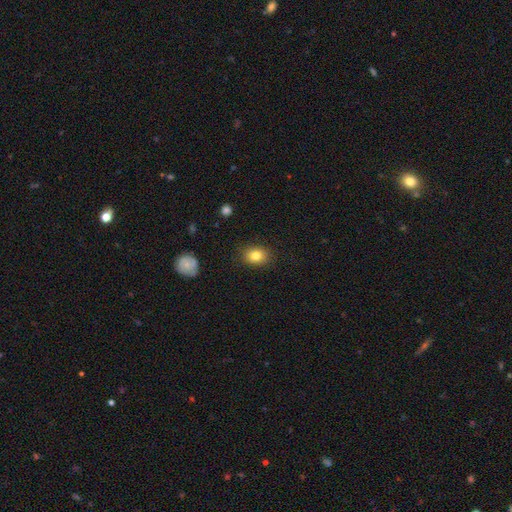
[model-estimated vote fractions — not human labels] This appears to be a smooth galaxy with no disk features (82%) that is in between round and cigar-shaped (58%). Merging: none (86%).